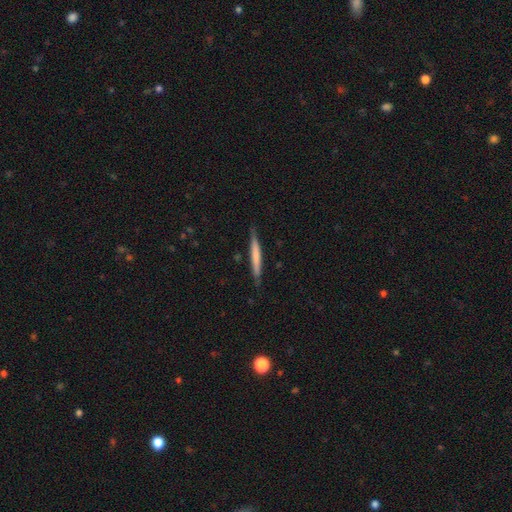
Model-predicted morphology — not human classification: smooth 60%, featured or disk 35%, star or artifact 5%. Down the decision tree: how rounded — cigar-shaped (96%); merging — none (84%).